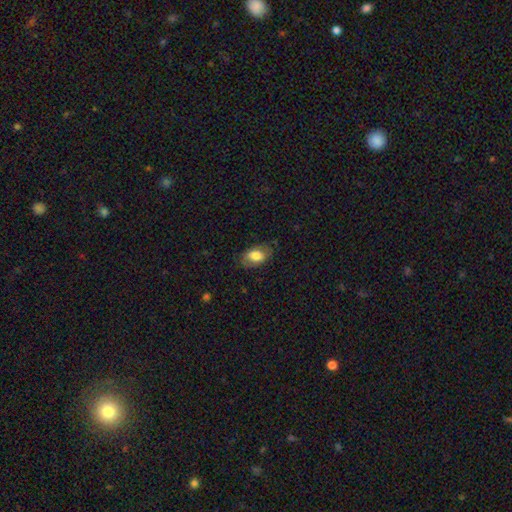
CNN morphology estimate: type=smooth (74%); roundness=in between (90%); merging=none (72%).